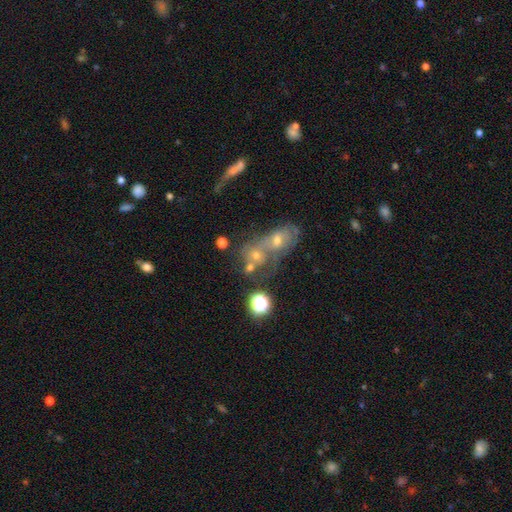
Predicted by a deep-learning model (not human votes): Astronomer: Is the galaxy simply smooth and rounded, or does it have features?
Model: smooth — 51% (runner-up: featured or disk, 28%).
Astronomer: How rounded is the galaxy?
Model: round — 55% (runner-up: in between, 43%).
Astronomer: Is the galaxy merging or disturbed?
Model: merger — 65%.